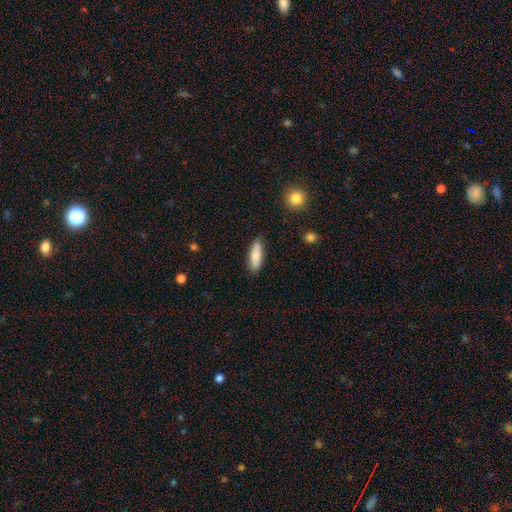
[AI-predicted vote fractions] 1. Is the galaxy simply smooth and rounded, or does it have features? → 76% smooth, 17% featured or disk, 6% star or artifact.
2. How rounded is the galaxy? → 52% cigar-shaped, 46% in between, 2% round.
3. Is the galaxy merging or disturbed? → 85% none, 12% minor disturbance, 2% major disturbance, 2% merger.